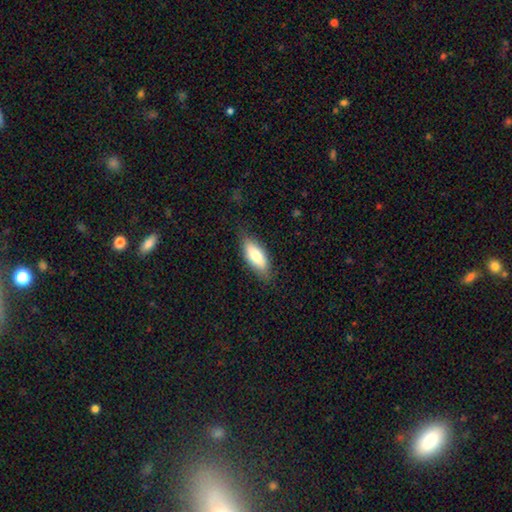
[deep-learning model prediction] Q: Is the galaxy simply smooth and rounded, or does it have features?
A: smooth — 76%.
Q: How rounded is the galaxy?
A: in between — 79%.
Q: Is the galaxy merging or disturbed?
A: none — 79%.